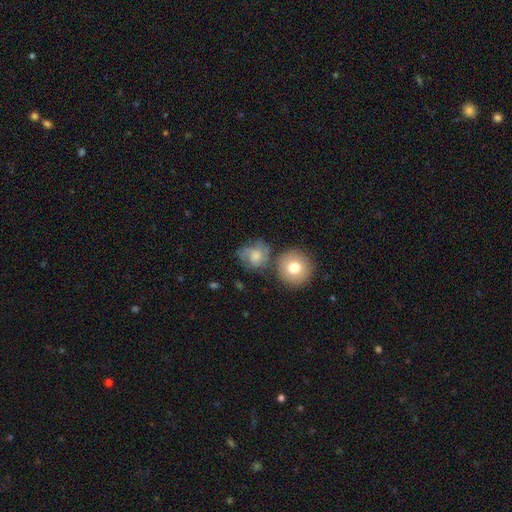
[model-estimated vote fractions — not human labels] smooth 58%, featured or disk 33%, star or artifact 10%. Down the decision tree: how rounded — round (76%); merging — none (49%).